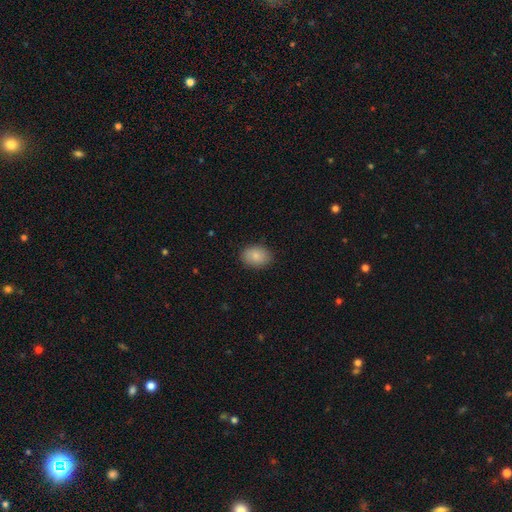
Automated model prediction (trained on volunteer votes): Morphology: type=smooth (86%); roundness=in between (74%); merging=none (87%).